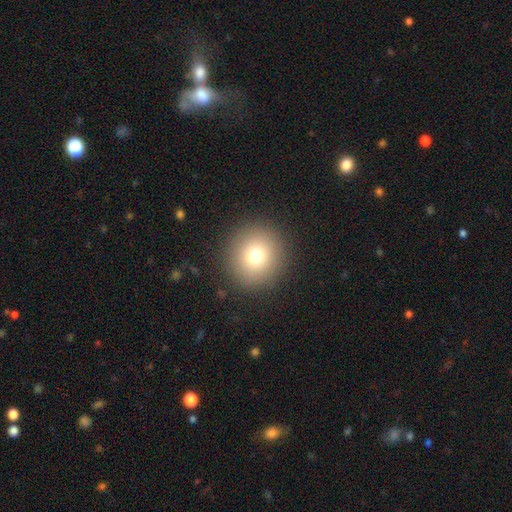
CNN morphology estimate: Smooth or featured? Predicted: smooth (p=0.77). How rounded? Predicted: round (p=0.94). Merging? Predicted: none (p=0.91).